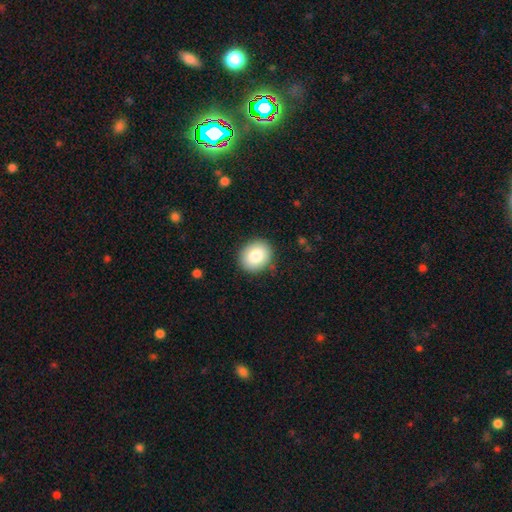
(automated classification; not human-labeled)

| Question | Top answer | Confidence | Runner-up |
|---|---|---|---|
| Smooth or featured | smooth | 82% | featured or disk (10%) |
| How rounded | round | 64% | in between (36%) |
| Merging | none | 88% | minor disturbance (9%) |